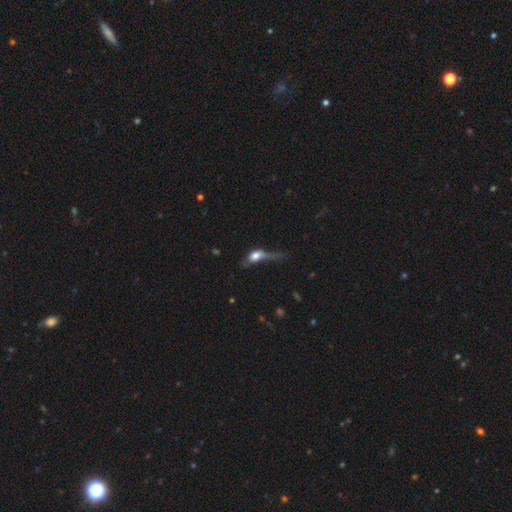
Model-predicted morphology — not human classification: This is likely a smooth galaxy (61%). How rounded: likely in between (63%). Merging: possibly major disturbance (55%).